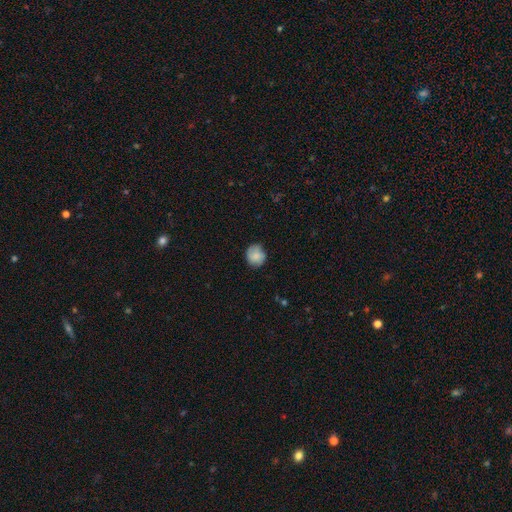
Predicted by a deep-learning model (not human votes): This appears to be a smooth galaxy with no disk features (79%) that is round (81%). Merging: none (72%).